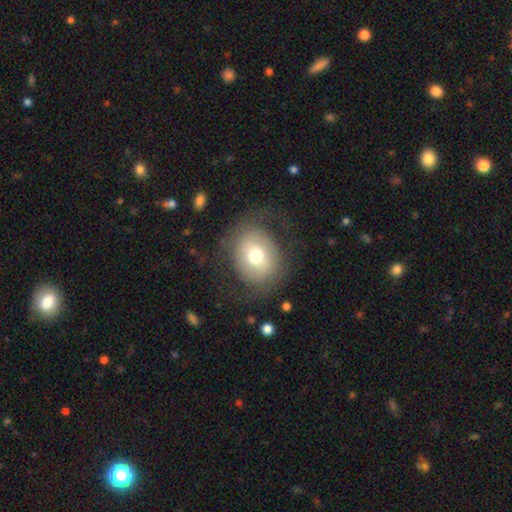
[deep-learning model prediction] This appears to be a smooth galaxy with no disk features (61%) that is round (66%). Merging: none (66%).